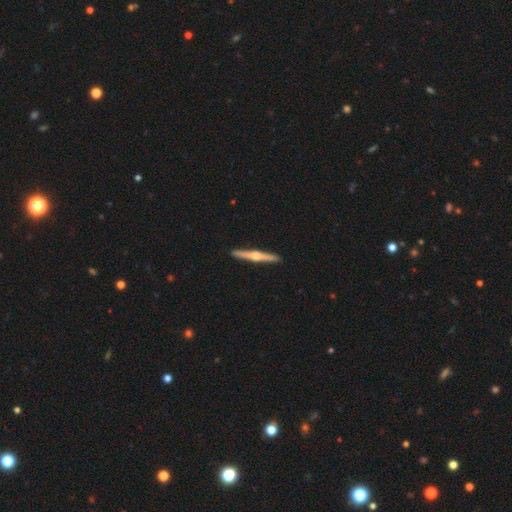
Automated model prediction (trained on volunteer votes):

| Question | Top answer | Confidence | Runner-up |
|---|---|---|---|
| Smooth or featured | featured or disk | 75% | smooth (20%) |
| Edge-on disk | yes | 98% | no (2%) |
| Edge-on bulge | rounded | 92% | none (4%) |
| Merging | none | 93% | minor disturbance (5%) |